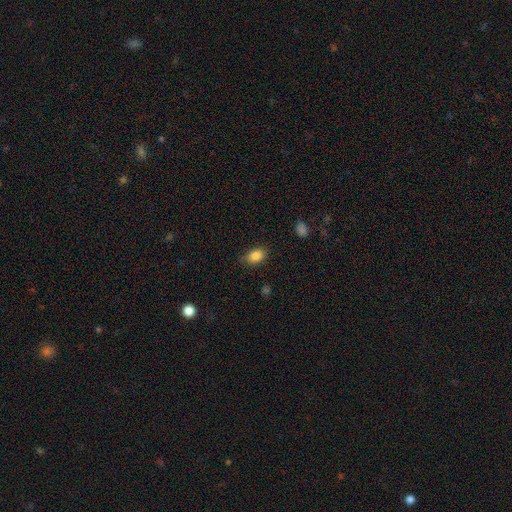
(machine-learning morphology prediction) Smooth or featured?
  - smooth: 85% *
  - star or artifact: 9%
  - featured or disk: 6%
How rounded?
  - in between: 81% *
  - round: 17%
  - cigar-shaped: 2%
Merging?
  - none: 78% *
  - minor disturbance: 17%
  - major disturbance: 3%
  - merger: 1%